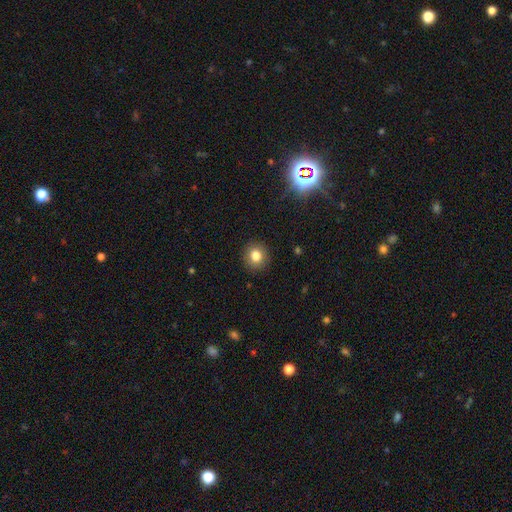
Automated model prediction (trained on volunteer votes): A smooth galaxy with no disk features (82%) that is round (85%).

Vote fractions:
- Smooth or featured? smooth: 82% / star or artifact: 11% / featured or disk: 7%
- How rounded? round: 85% / in between: 14% / cigar-shaped: 1%
- Merging? none: 91% / minor disturbance: 6% / major disturbance: 2% / merger: 1%